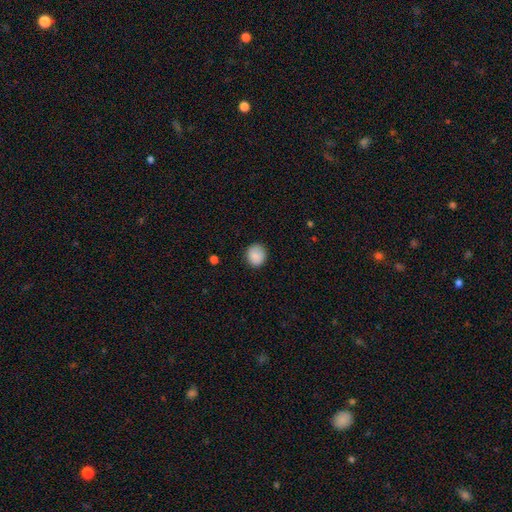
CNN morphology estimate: Overall: smooth (87%). How rounded: round (83%). Merging: none (87%).